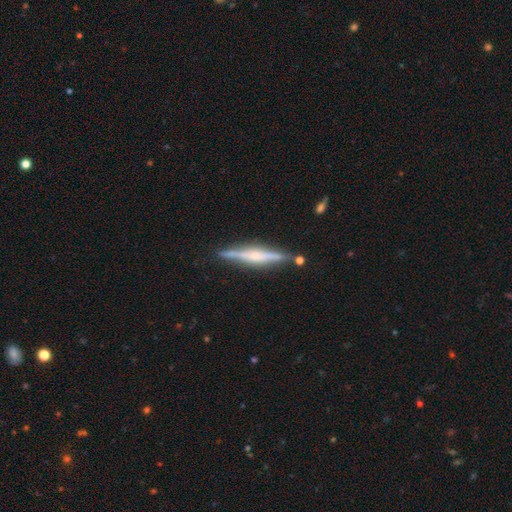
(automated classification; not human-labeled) Smooth or featured? featured or disk (76%)
Edge-on disk? yes (98%)
Edge-on bulge? rounded (59%)
Merging? none (86%)